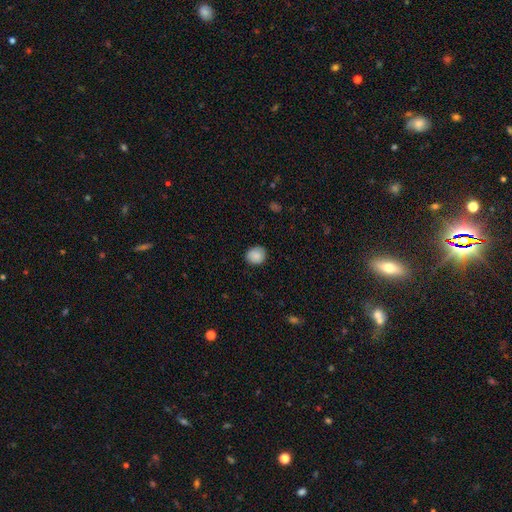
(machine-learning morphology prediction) smooth-or-featured: smooth: 88% | star or artifact: 8% | featured or disk: 4%
  how-rounded: round: 80% | in between: 19% | cigar-shaped: 1%
  merging: none: 86% | minor disturbance: 11% | major disturbance: 2% | merger: 1%